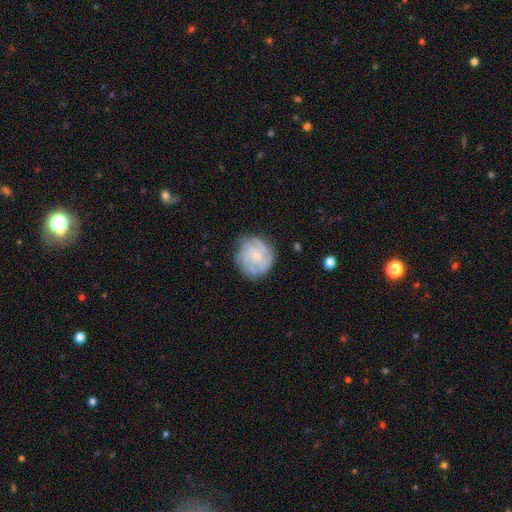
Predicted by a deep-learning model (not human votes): Morphology: type=featured or disk (62%); edge-on=no (98%); bar=no (80%); spiral arms=yes (85%); winding=tight (55%); arm count=can't tell (39%); bulge=small (70%); merging=none (73%).